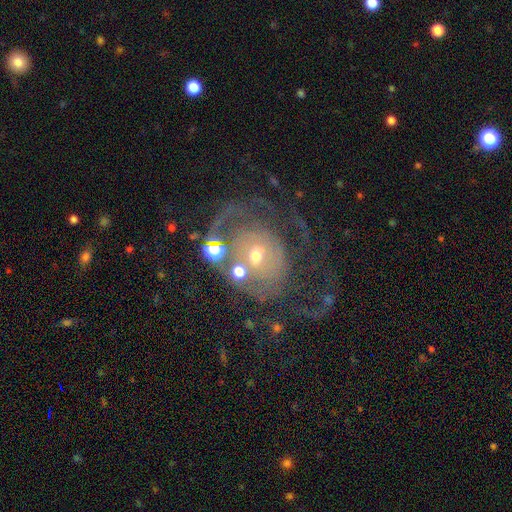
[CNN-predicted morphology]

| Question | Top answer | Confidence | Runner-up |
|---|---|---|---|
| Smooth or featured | featured or disk | 74% | smooth (16%) |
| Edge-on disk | no | 97% | yes (3%) |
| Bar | no | 73% | weak (21%) |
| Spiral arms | yes | 74% | no (26%) |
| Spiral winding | tight | 44% | medium (33%) |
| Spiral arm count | can't tell | 36% | 2 (30%) |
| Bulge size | small | 56% | moderate (38%) |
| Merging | none | 39% | major disturbance (33%) |